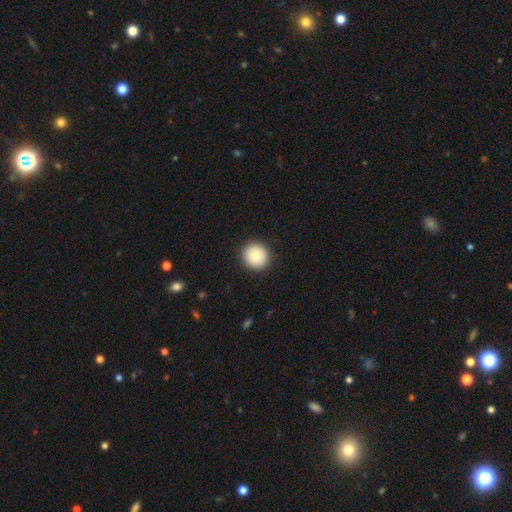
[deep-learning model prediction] This is clearly a smooth galaxy (81%). How rounded: clearly round (93%). Merging: clearly none (92%).